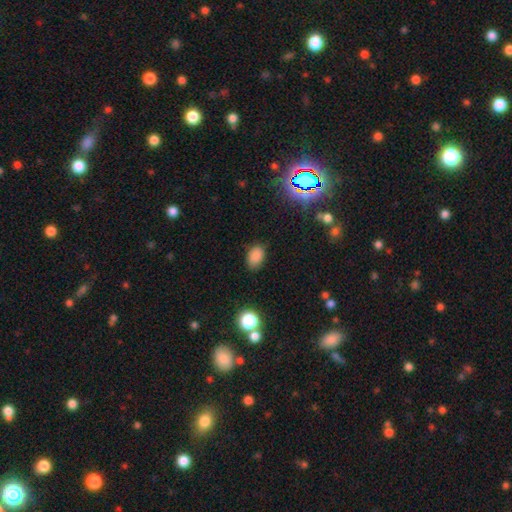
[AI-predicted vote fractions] Smooth or featured? Predicted: smooth (p=0.83). How rounded? Predicted: in between (p=0.84). Merging? Predicted: none (p=0.82).